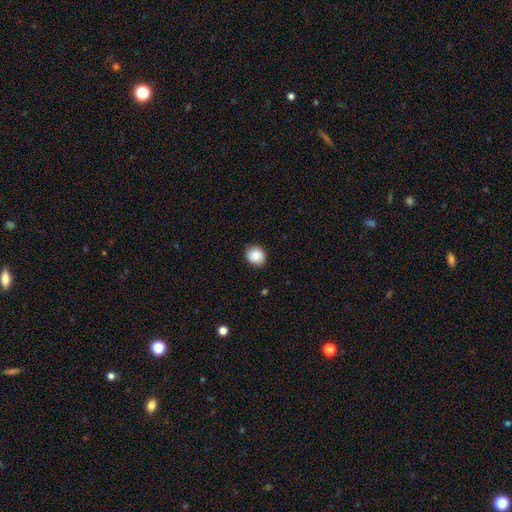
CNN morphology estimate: The model was most divided on "how rounded": round: 81%, in between: 18%, cigar-shaped: 1%. More confident: smooth or featured — smooth (87%); merging — none (87%).